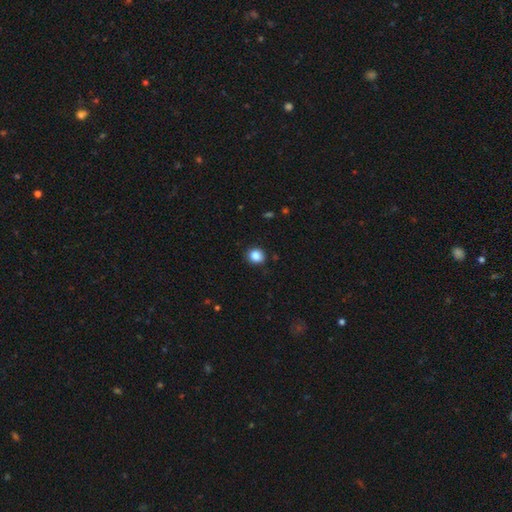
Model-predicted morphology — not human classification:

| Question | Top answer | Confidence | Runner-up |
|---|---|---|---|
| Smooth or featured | smooth | 87% | star or artifact (10%) |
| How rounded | round | 79% | in between (20%) |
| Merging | none | 84% | minor disturbance (12%) |